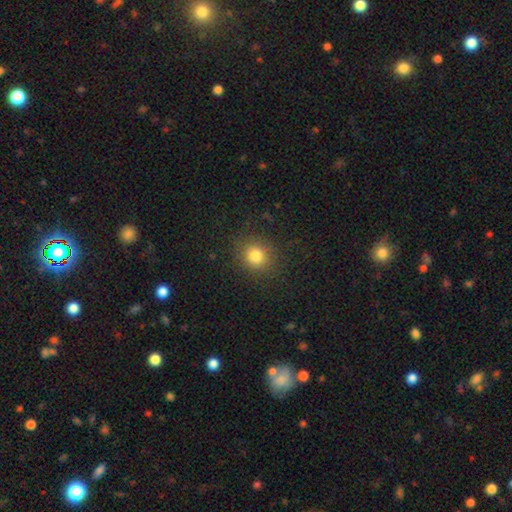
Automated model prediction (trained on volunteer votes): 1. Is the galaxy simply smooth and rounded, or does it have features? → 81% smooth, 13% star or artifact, 6% featured or disk.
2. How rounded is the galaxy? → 85% round, 14% in between, 1% cigar-shaped.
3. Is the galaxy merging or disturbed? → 87% none, 8% minor disturbance, 3% major disturbance, 1% merger.